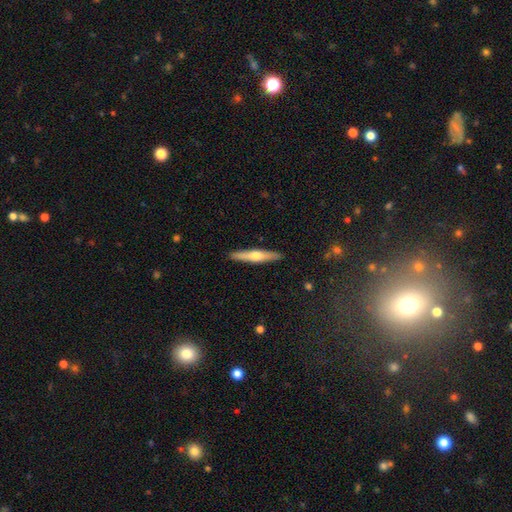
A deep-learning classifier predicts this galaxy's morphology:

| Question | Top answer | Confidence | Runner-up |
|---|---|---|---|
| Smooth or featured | featured or disk | 52% | smooth (42%) |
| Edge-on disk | yes | 95% | no (5%) |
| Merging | none | 91% | minor disturbance (6%) |